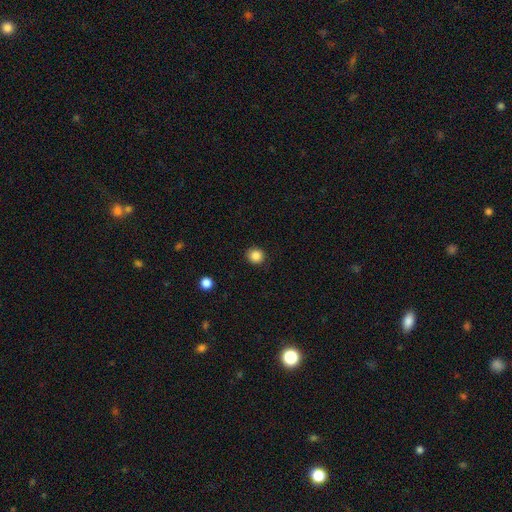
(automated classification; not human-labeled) Smooth or featured: smooth — 86% (star or artifact — 10%)
How rounded: round — 91% (in between — 8%)
Merging: none — 91% (minor disturbance — 6%)